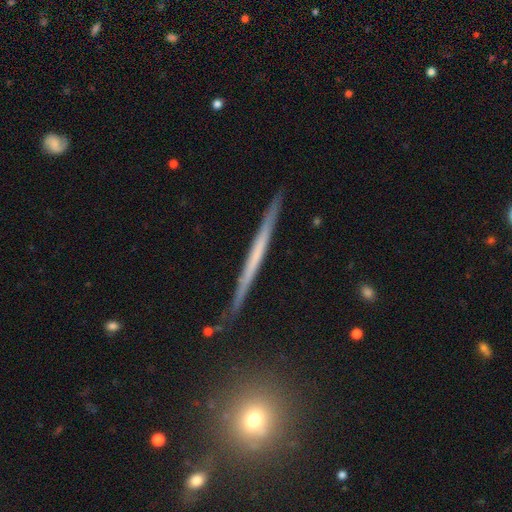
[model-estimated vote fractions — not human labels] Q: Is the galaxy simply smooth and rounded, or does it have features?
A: featured or disk — 59%.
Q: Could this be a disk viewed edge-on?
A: yes — 97%.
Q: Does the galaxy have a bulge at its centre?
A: none — 89%.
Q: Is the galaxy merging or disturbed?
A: none — 86%.